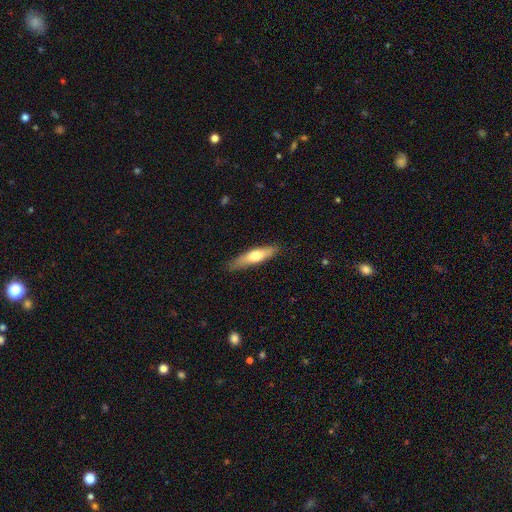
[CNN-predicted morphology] Smooth or featured: smooth — 60% (featured or disk — 34%)
How rounded: cigar-shaped — 73% (in between — 25%)
Merging: none — 81% (minor disturbance — 15%)